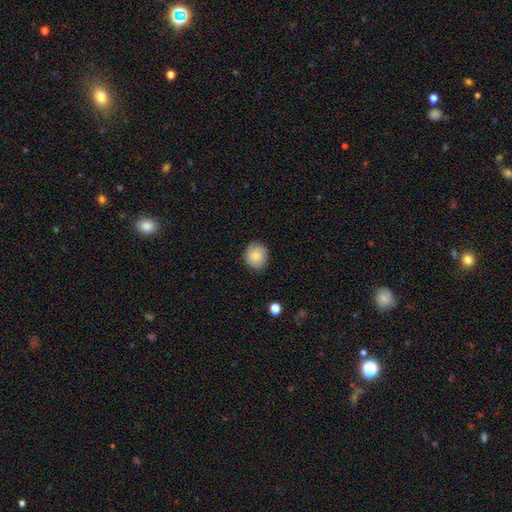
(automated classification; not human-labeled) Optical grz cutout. It shows a smooth galaxy with no disk features (81%) that is round (79%). Merging: none (83%).